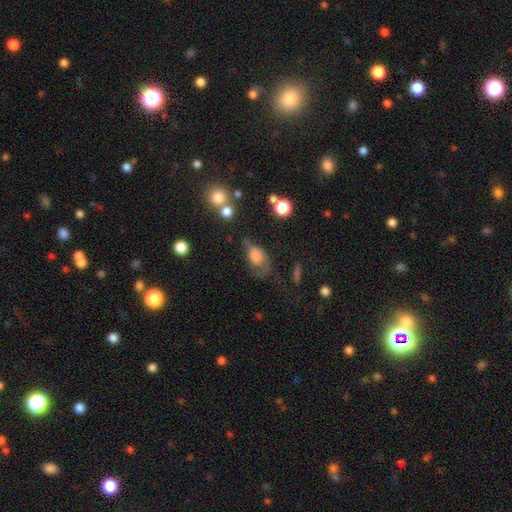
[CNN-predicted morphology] A smooth galaxy with no disk features (59%) that is in between round and cigar-shaped (76%).

Vote fractions:
- Smooth or featured? smooth: 59% / featured or disk: 30% / star or artifact: 11%
- How rounded? in between: 76% / round: 21% / cigar-shaped: 3%
- Merging? major disturbance: 35% / none: 30% / minor disturbance: 30% / merger: 5%